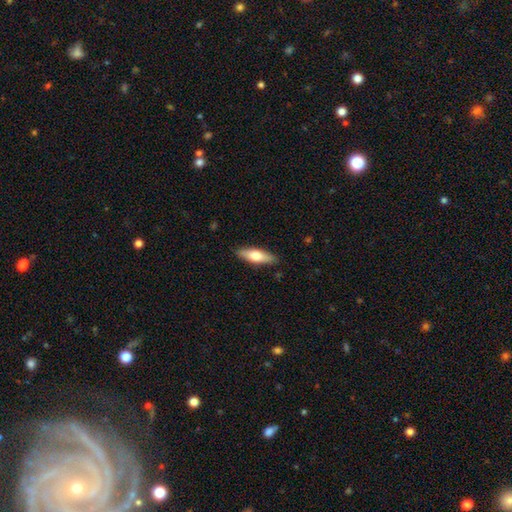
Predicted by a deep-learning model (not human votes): This is likely a smooth galaxy (64%). How rounded: possibly in between (51%). Merging: clearly none (88%).